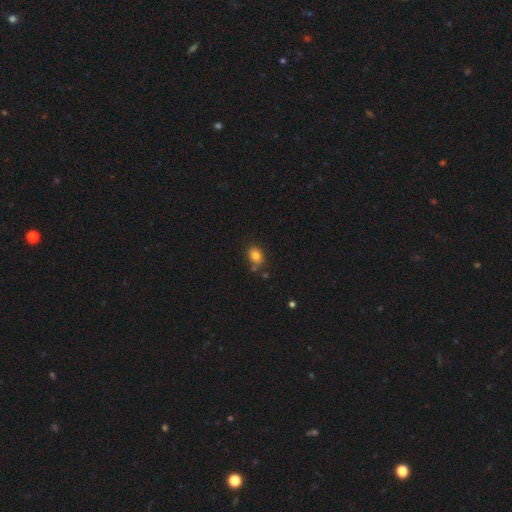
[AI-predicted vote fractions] Smooth or featured: smooth — 81% (star or artifact — 11%)
How rounded: in between — 58% (round — 41%)
Merging: none — 73% (minor disturbance — 14%)